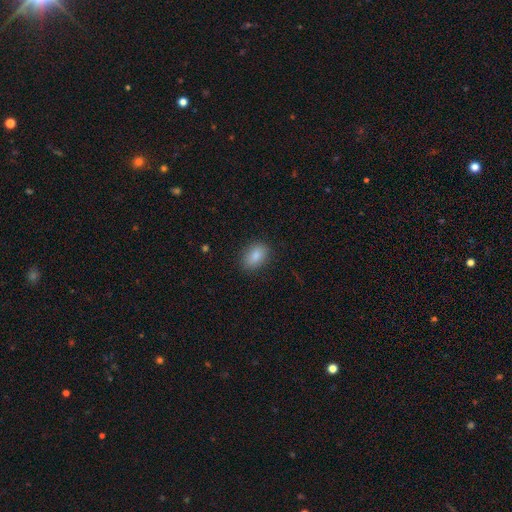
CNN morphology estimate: This is clearly a smooth galaxy (85%). How rounded: clearly in between (82%). Merging: clearly none (85%).